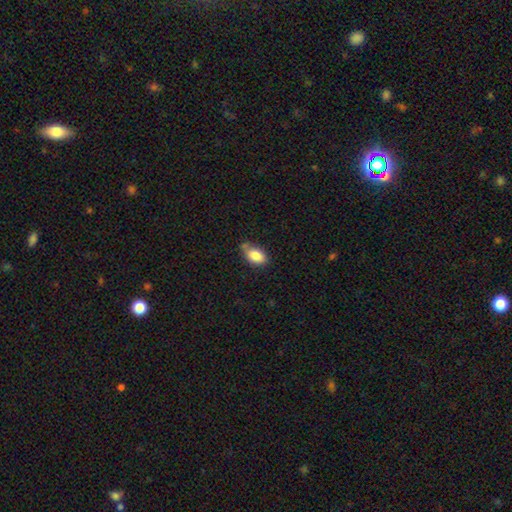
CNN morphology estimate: This is clearly a smooth galaxy (85%). How rounded: clearly in between (90%). Merging: possibly none (59%).